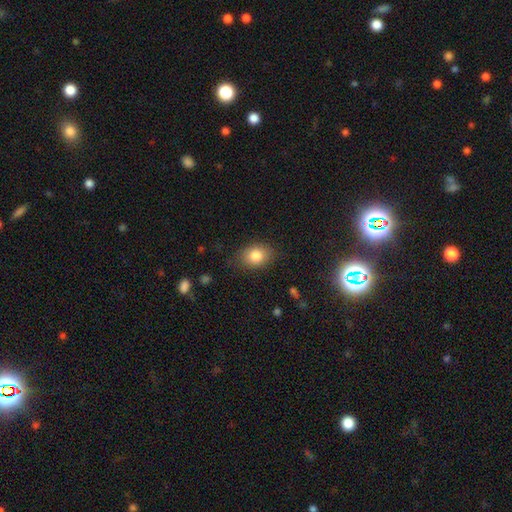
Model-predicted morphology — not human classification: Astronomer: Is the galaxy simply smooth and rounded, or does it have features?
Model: smooth — 83%.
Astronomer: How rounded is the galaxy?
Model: in between — 67%.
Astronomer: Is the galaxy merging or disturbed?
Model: none — 81%.